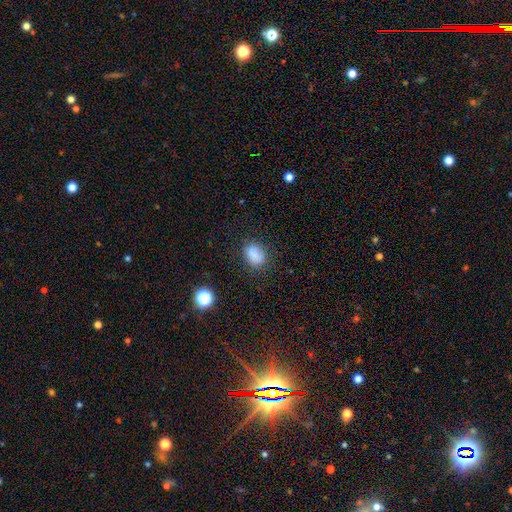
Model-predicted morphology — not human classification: A smooth galaxy with no disk features (82%) that is in between round and cigar-shaped (68%).

Vote fractions:
- Smooth or featured? smooth: 82% / star or artifact: 12% / featured or disk: 7%
- How rounded? in between: 68% / round: 30% / cigar-shaped: 1%
- Merging? none: 75% / minor disturbance: 17% / major disturbance: 5% / merger: 3%